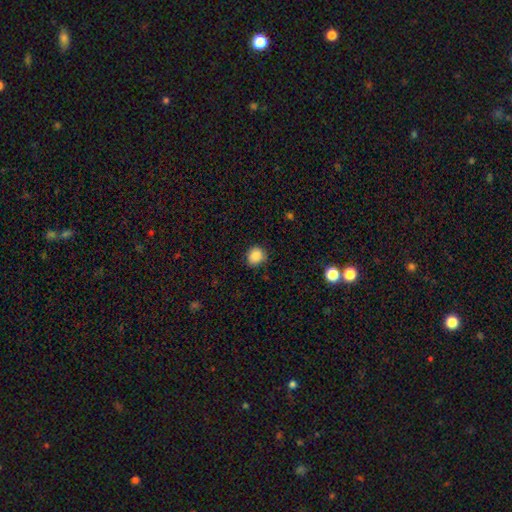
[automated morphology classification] smooth_or_featured: smooth (p=0.87) [alt: star or artifact p=0.10]
how_rounded: round (p=0.82) [alt: in between p=0.17]
merging: none (p=0.83) [alt: minor disturbance p=0.13]